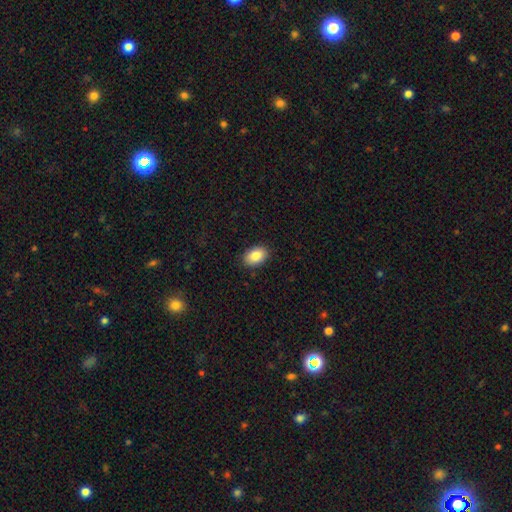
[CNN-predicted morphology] Smooth or featured? Predicted: smooth (p=0.85). How rounded? Predicted: in between (p=0.87). Merging? Predicted: none (p=0.89).